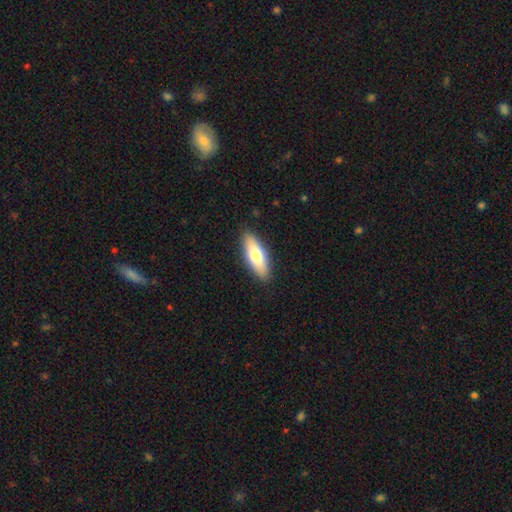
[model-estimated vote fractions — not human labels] A smooth galaxy with no disk features (72%) that is in between round and cigar-shaped (64%).

Vote fractions:
- Smooth or featured? smooth: 72% / featured or disk: 22% / star or artifact: 6%
- How rounded? in between: 64% / cigar-shaped: 34% / round: 2%
- Merging? none: 89% / minor disturbance: 8% / major disturbance: 2% / merger: 1%